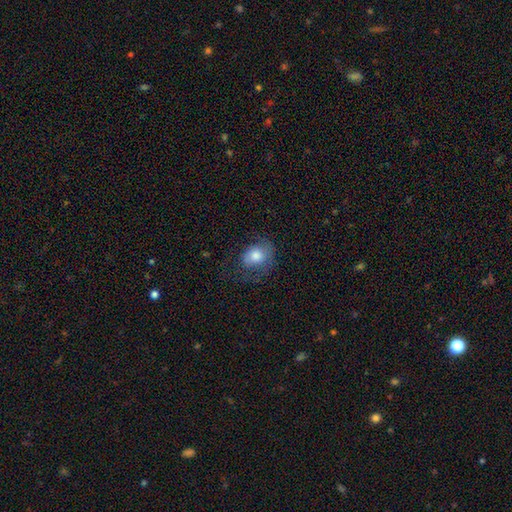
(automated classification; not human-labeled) smooth_or_featured: smooth (p=0.71) [alt: featured or disk p=0.21]
how_rounded: in between (p=0.55) [alt: round p=0.44]
merging: none (p=0.49) [alt: minor disturbance p=0.25]